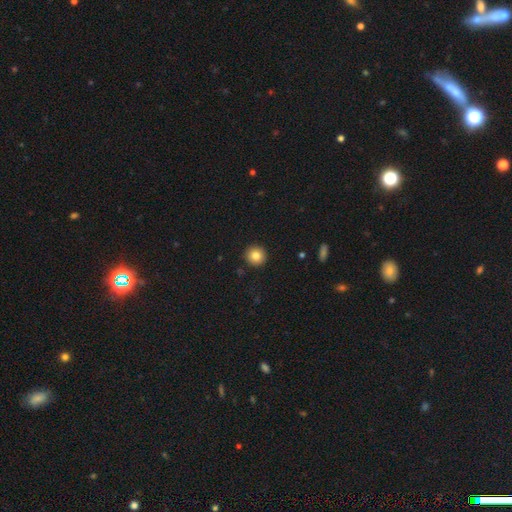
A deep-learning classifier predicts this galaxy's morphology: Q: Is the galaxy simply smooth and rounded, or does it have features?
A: smooth — 83%.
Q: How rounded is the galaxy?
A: round — 95%.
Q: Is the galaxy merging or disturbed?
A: none — 93%.